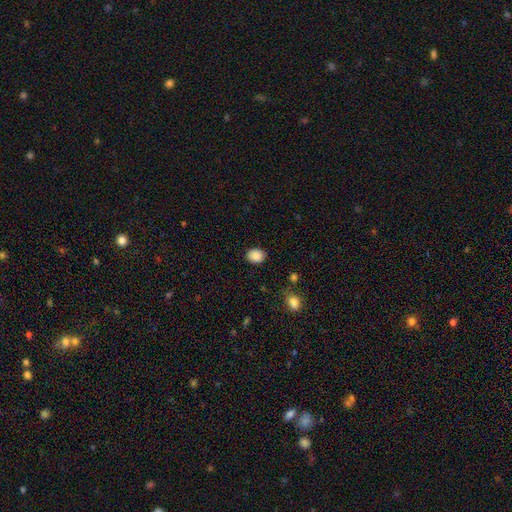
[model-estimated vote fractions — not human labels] smooth_or_featured: smooth (p=0.89) [alt: star or artifact p=0.08]
how_rounded: in between (p=0.51) [alt: round p=0.48]
merging: none (p=0.86) [alt: minor disturbance p=0.10]